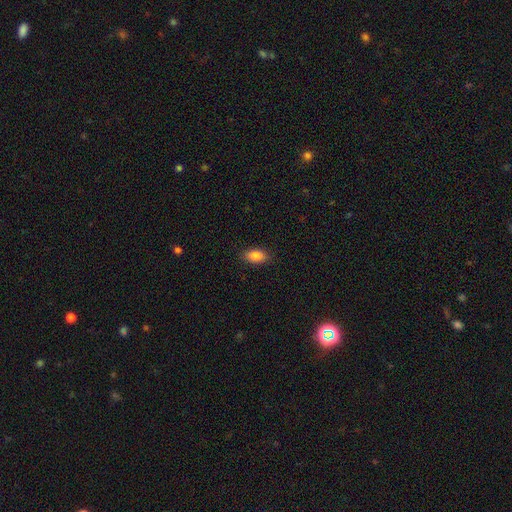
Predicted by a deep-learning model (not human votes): Smooth or featured? smooth (86%)
How rounded? in between (90%)
Merging? none (86%)